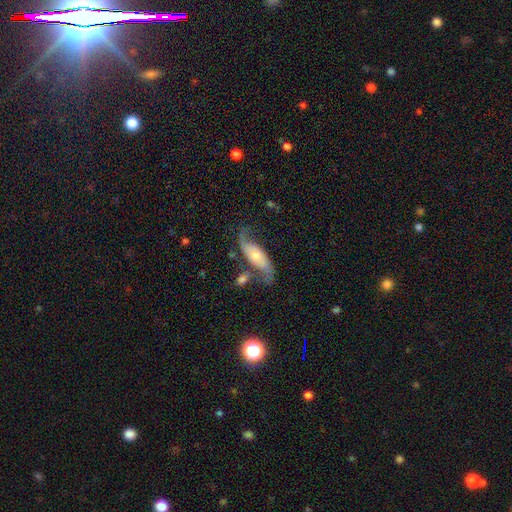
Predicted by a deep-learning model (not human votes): A featured or disk galaxy (74%) with no bar (67%), 2 (88%) loose (70%) spiral arms (92%) and a small central bulge (50%). Merging: none (54%).